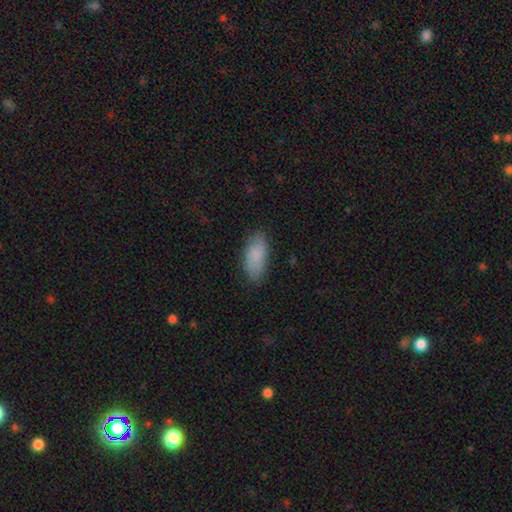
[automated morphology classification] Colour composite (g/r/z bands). It shows a smooth galaxy with no disk features (86%) that is in between round and cigar-shaped (89%). Merging: none (80%).